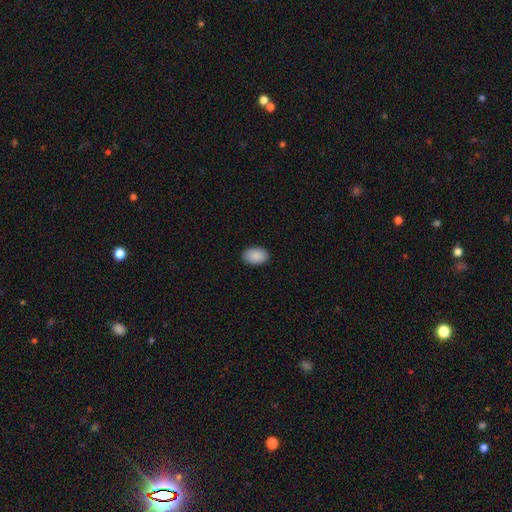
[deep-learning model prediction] smooth 90%, star or artifact 6%, featured or disk 3%. Down the decision tree: how rounded — in between (89%); merging — none (90%).